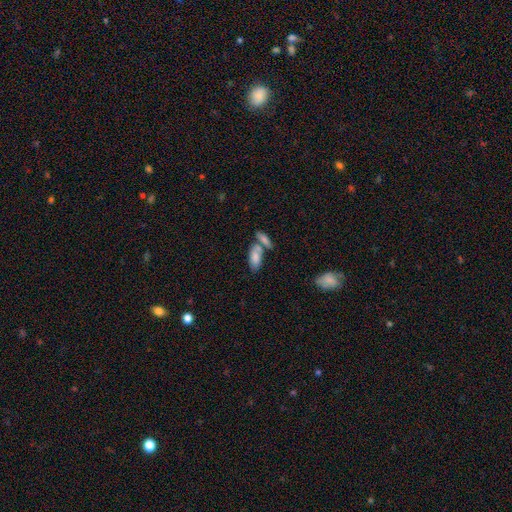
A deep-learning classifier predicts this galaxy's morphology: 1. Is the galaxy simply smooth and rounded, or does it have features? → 80% smooth, 13% featured or disk, 7% star or artifact.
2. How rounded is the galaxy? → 87% in between, 10% cigar-shaped, 2% round.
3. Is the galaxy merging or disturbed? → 43% none, 41% merger, 12% minor disturbance, 4% major disturbance.